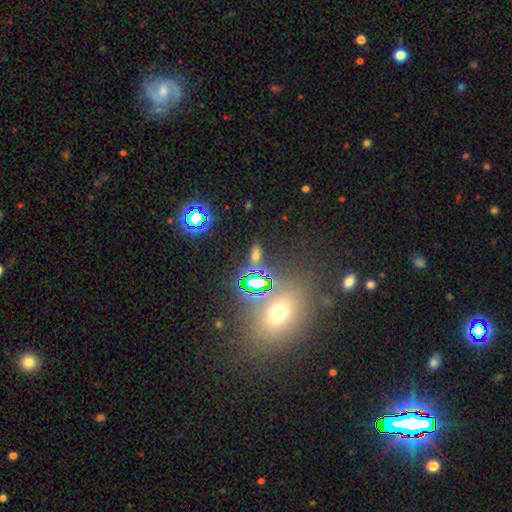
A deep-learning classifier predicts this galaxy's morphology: Q: Smooth or featured?
A: star or artifact (45%); runner-up: smooth (40%)